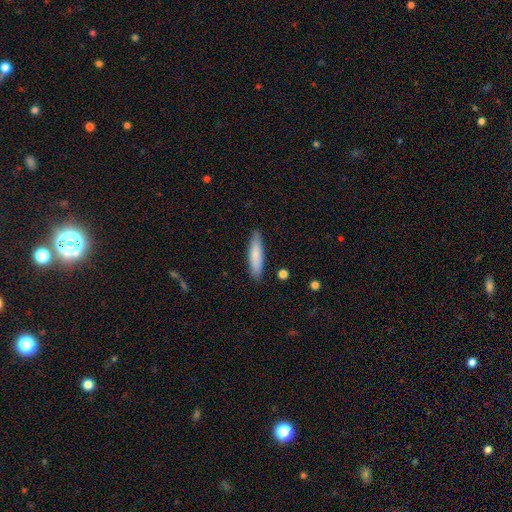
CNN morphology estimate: This appears to be a smooth galaxy with no disk features (80%) that is cigar-shaped (78%). Merging: none (86%).